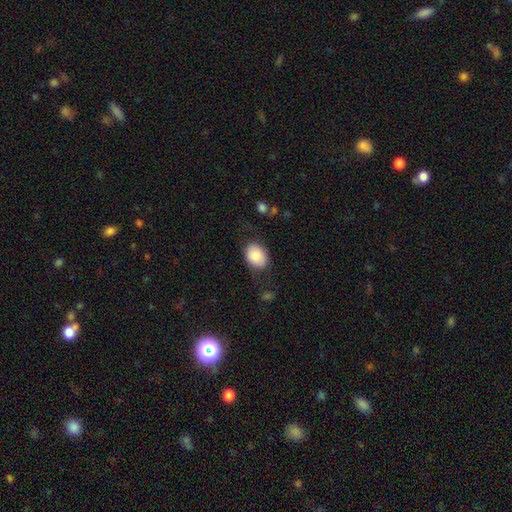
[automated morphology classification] A smooth galaxy with no disk features (83%) that is in between round and cigar-shaped (72%).

Vote fractions:
- Smooth or featured? smooth: 83% / featured or disk: 10% / star or artifact: 7%
- How rounded? in between: 72% / round: 27% / cigar-shaped: 1%
- Merging? none: 73% / minor disturbance: 18% / major disturbance: 8% / merger: 2%